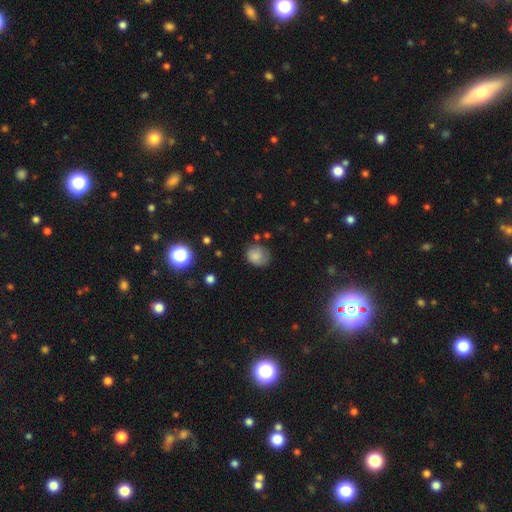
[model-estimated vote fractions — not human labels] Smooth or featured? smooth (77%)
How rounded? round (66%)
Merging? none (61%)